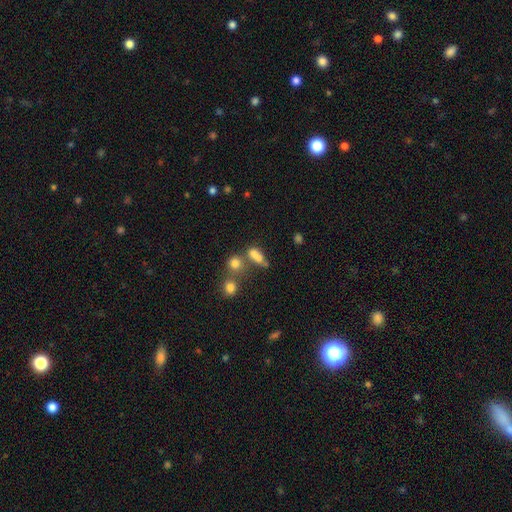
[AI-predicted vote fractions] The model was most divided on "merging": merger: 43%, none: 34%, minor disturbance: 12%, major disturbance: 11%. More confident: smooth or featured — smooth (69%); how rounded — in between (61%).